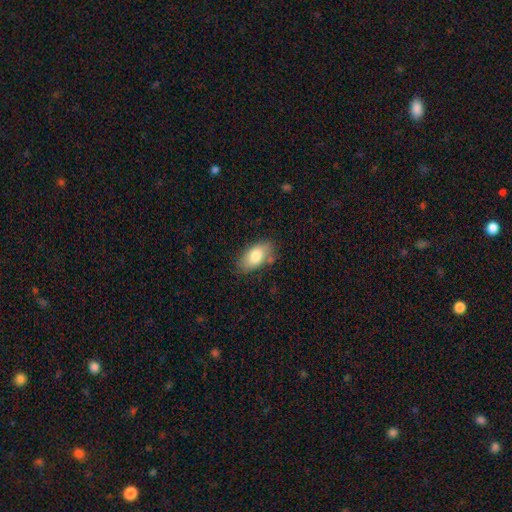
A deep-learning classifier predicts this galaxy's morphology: Smooth or featured? smooth (80%)
How rounded? in between (92%)
Merging? none (74%)